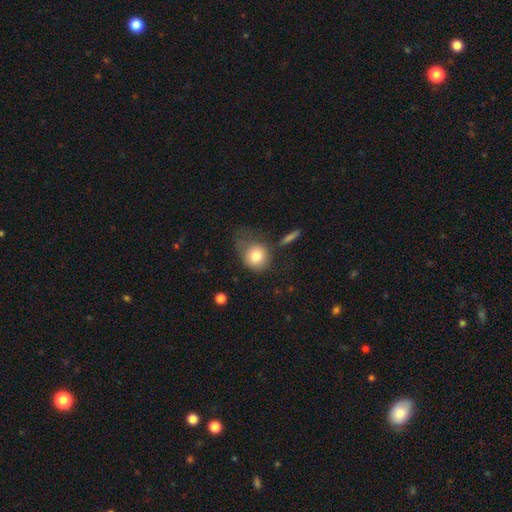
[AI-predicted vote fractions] A smooth galaxy with no disk features (79%) that is round (74%). Merging: none (42%).